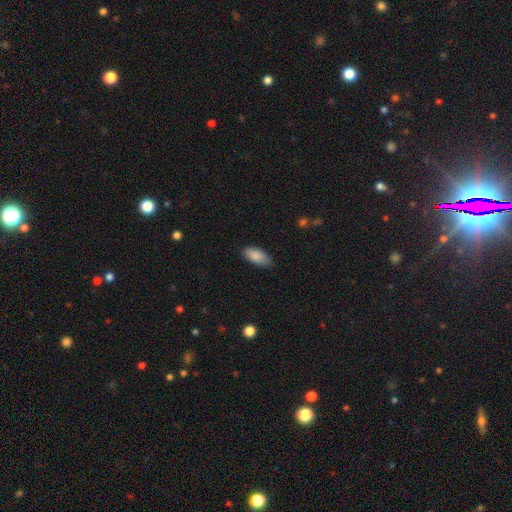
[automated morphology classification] A smooth galaxy with no disk features (88%) that is in between round and cigar-shaped (88%).

Vote fractions:
- Smooth or featured? smooth: 88% / star or artifact: 6% / featured or disk: 6%
- How rounded? in between: 88% / cigar-shaped: 11% / round: 2%
- Merging? none: 80% / minor disturbance: 16% / major disturbance: 3% / merger: 1%